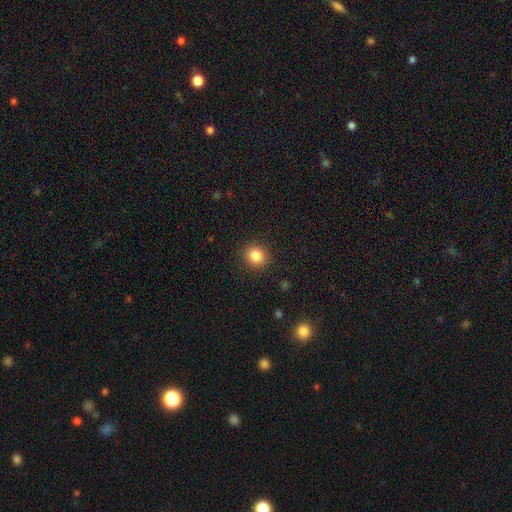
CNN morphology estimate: The model was most divided on "how rounded": round: 86%, in between: 13%, cigar-shaped: 1%. More confident: merging — none (90%); smooth or featured — smooth (85%).